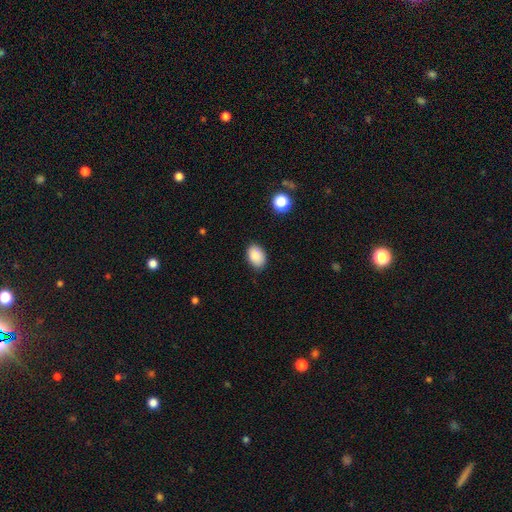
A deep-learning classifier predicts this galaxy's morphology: This is clearly a smooth galaxy (88%). How rounded: clearly in between (83%). Merging: clearly none (85%).